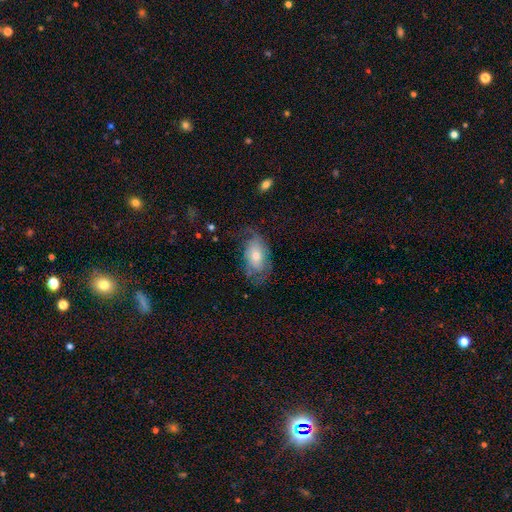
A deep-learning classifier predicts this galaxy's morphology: The model was most divided on "smooth or featured": smooth: 51%, featured or disk: 42%, star or artifact: 7%. More confident: how rounded — in between (90%); merging — none (51%).